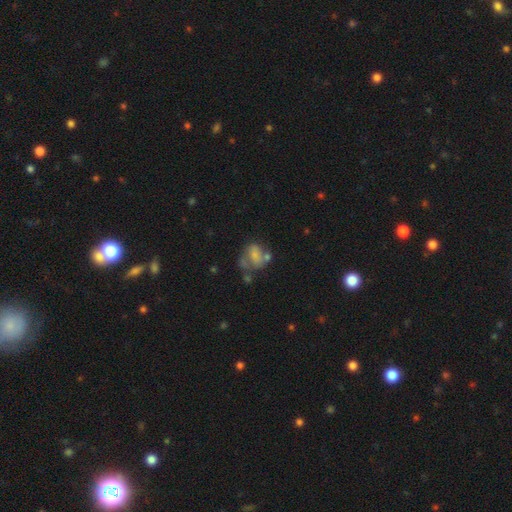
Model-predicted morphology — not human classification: Smooth or featured: smooth — 54% (featured or disk — 35%)
How rounded: in between — 57% (round — 41%)
Merging: none — 30% (merger — 25%)